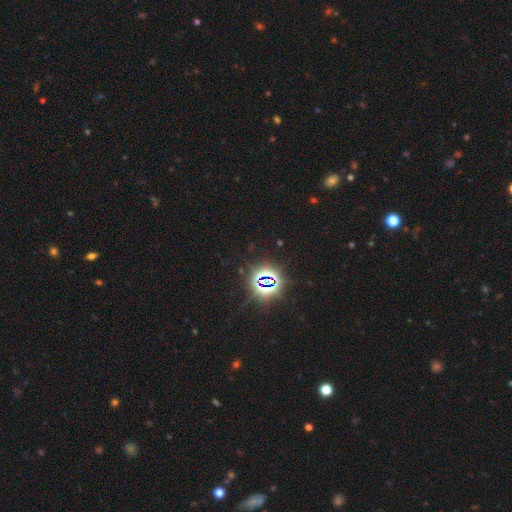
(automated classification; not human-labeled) Smooth or featured? star or artifact (82%)